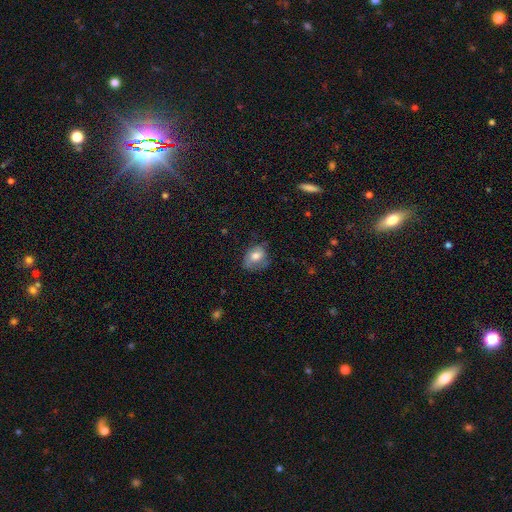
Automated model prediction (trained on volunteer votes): Smooth or featured?
  - smooth: 63% *
  - featured or disk: 28%
  - star or artifact: 8%
How rounded?
  - in between: 62% *
  - round: 37%
  - cigar-shaped: 1%
Merging?
  - none: 52% *
  - minor disturbance: 31%
  - major disturbance: 16%
  - merger: 2%